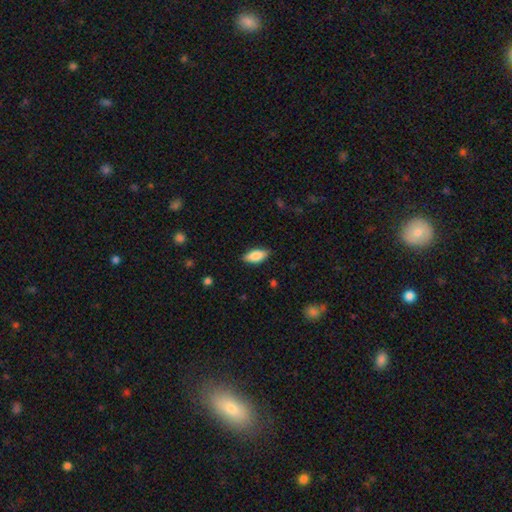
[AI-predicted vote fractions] A smooth galaxy with no disk features (85%) that is in between round and cigar-shaped (88%). Merging: none (85%).